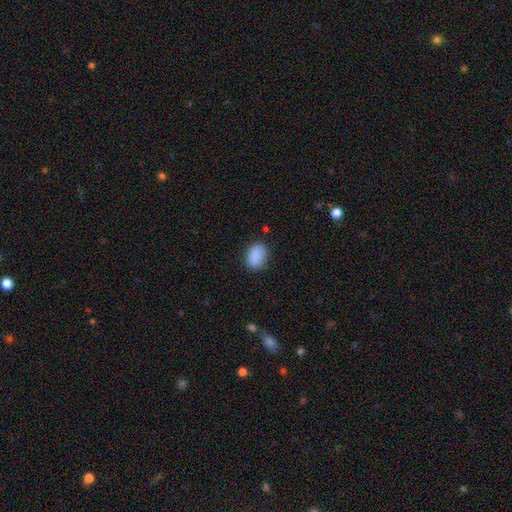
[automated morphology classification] Q: Smooth or featured?
A: smooth (89%); runner-up: star or artifact (8%)
Q: How rounded?
A: in between (82%); runner-up: round (17%)
Q: Merging?
A: none (82%); runner-up: minor disturbance (13%)